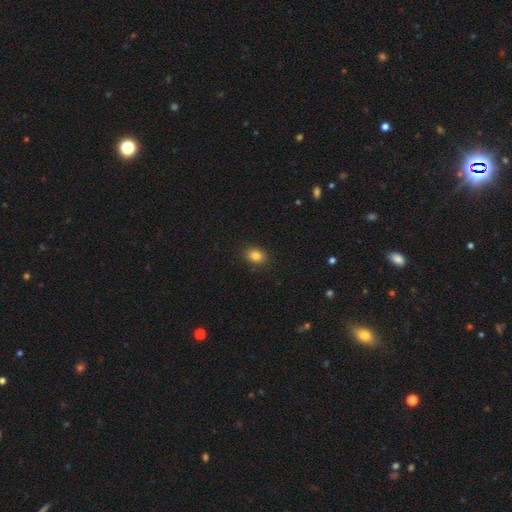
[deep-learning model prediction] Q: Smooth or featured?
A: smooth (84%); runner-up: star or artifact (10%)
Q: How rounded?
A: in between (58%); runner-up: round (41%)
Q: Merging?
A: none (89%); runner-up: minor disturbance (8%)